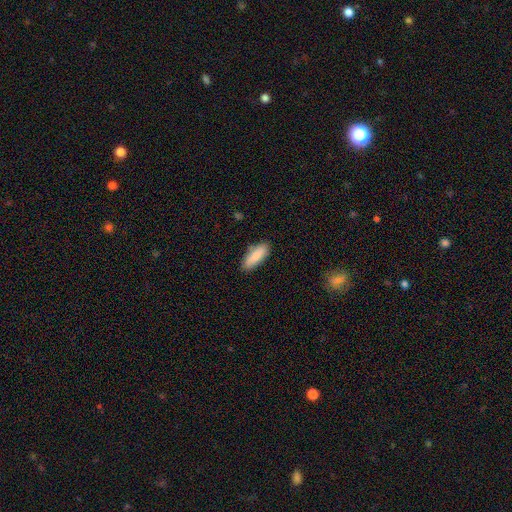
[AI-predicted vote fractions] Smooth or featured?
  - smooth: 86% *
  - featured or disk: 8%
  - star or artifact: 6%
How rounded?
  - in between: 68% *
  - cigar-shaped: 30%
  - round: 2%
Merging?
  - none: 84% *
  - minor disturbance: 12%
  - major disturbance: 2%
  - merger: 2%